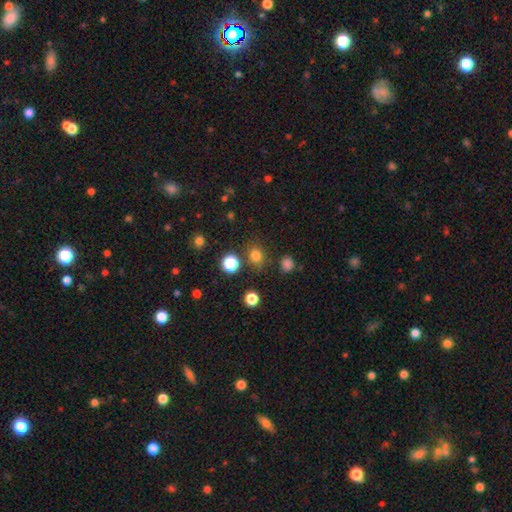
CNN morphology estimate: A smooth galaxy with no disk features (77%) that is round (70%). Merging: none (79%).